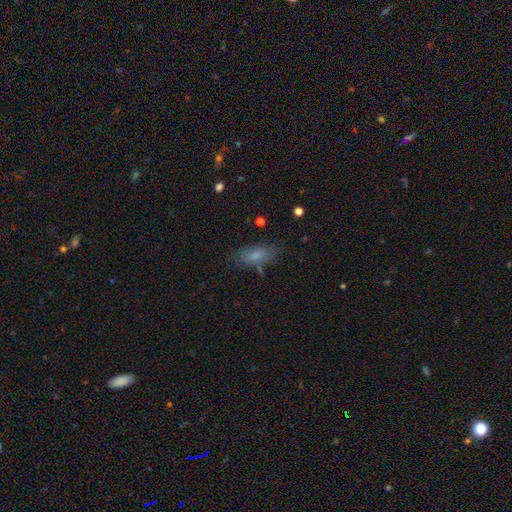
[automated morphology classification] Overall: smooth (76%). How rounded: in between (83%). Merging: none (70%).